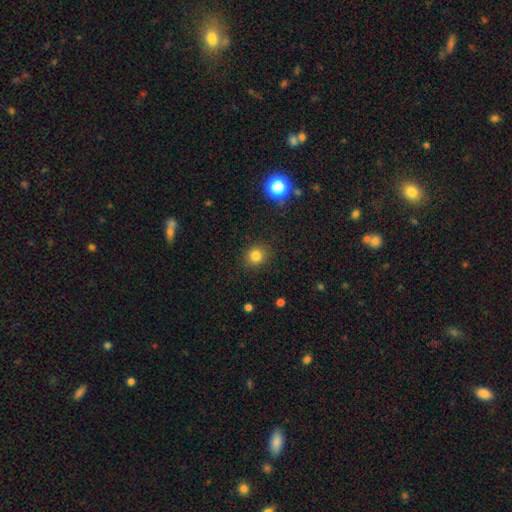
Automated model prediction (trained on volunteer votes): smooth_or_featured: smooth (p=0.81) [alt: star or artifact p=0.14]
how_rounded: round (p=0.87) [alt: in between p=0.12]
merging: none (p=0.89) [alt: minor disturbance p=0.07]